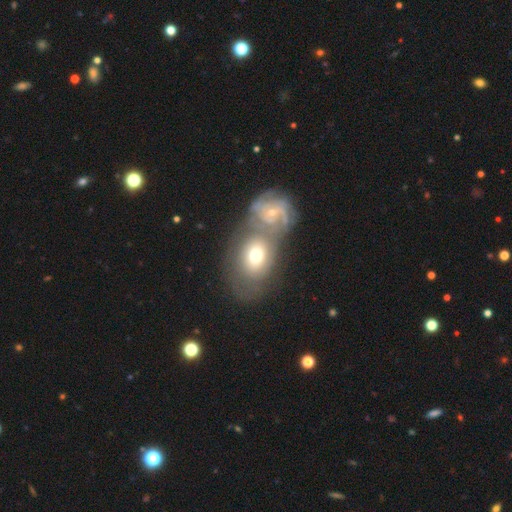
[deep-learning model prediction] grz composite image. It shows a featured or disk galaxy (50%). Merging: merger (59%).